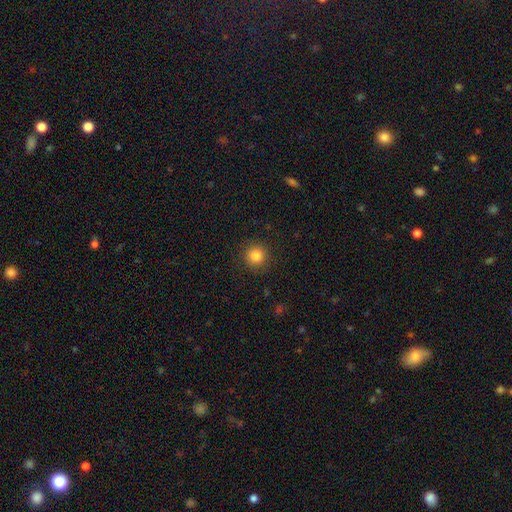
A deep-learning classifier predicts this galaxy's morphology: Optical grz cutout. It shows a smooth galaxy with no disk features (84%) that is round (94%). Merging: none (91%).